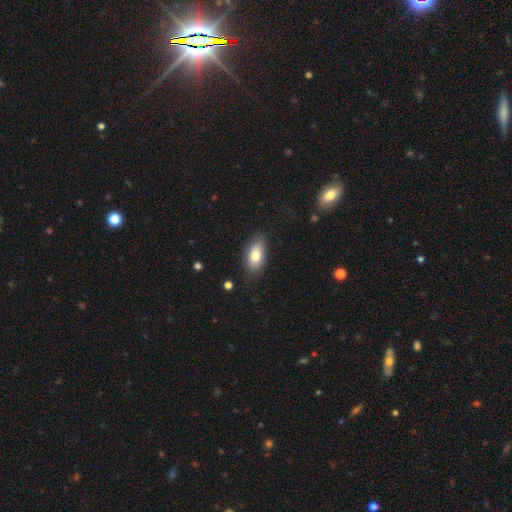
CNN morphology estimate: smooth 77%, featured or disk 16%, star or artifact 7%. Down the decision tree: how rounded — in between (89%); merging — none (83%).